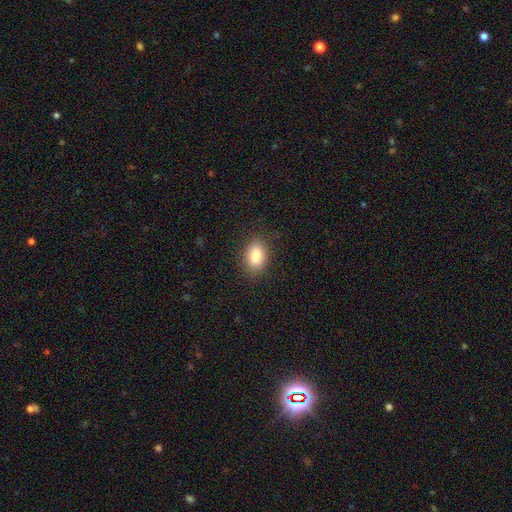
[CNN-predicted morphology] A smooth galaxy with no disk features (85%) that is in between round and cigar-shaped (84%).

Vote fractions:
- Smooth or featured? smooth: 85% / star or artifact: 8% / featured or disk: 7%
- How rounded? in between: 84% / round: 15% / cigar-shaped: 2%
- Merging? none: 84% / minor disturbance: 12% / major disturbance: 3% / merger: 1%